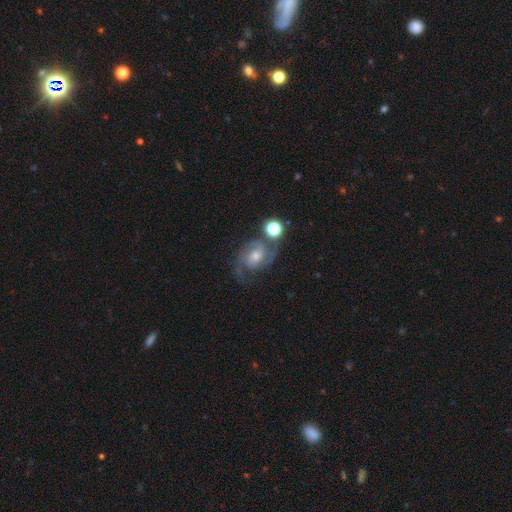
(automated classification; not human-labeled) A featured or disk galaxy (86%) with no bar (50%), 2 (89%) medium (60%) spiral arms (98%) and a moderate central bulge (57%).

Vote fractions:
- Smooth or featured? featured or disk: 86% / star or artifact: 7% / smooth: 6%
- Edge-on disk? no: 98% / yes: 2%
- Bar? no: 50% / weak: 40% / strong: 9%
- Spiral arms? yes: 98% / no: 2%
- Spiral winding? medium: 60% / tight: 23% / loose: 17%
- Spiral arm count? 2: 89% / 3: 4% / can't tell: 3% / 1: 2% / 4: 1% / more than 4: 1%
- Bulge size? moderate: 57% / small: 35% / large: 5% / none: 3% / dominant: 1%
- Merging? none: 70% / minor disturbance: 15% / merger: 8% / major disturbance: 7%